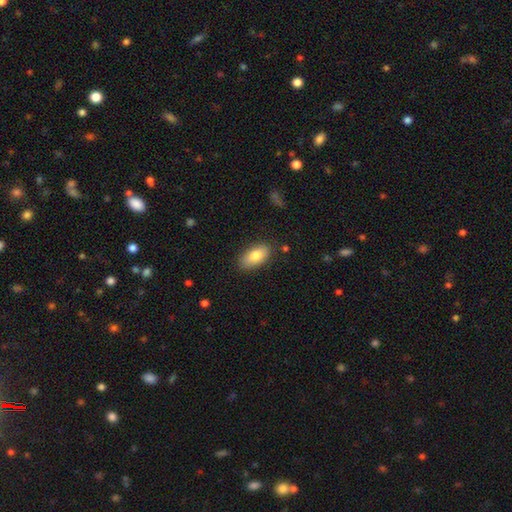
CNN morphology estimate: Q: Smooth or featured?
A: smooth (79%); runner-up: featured or disk (14%)
Q: How rounded?
A: in between (92%); runner-up: cigar-shaped (4%)
Q: Merging?
A: none (85%); runner-up: minor disturbance (11%)